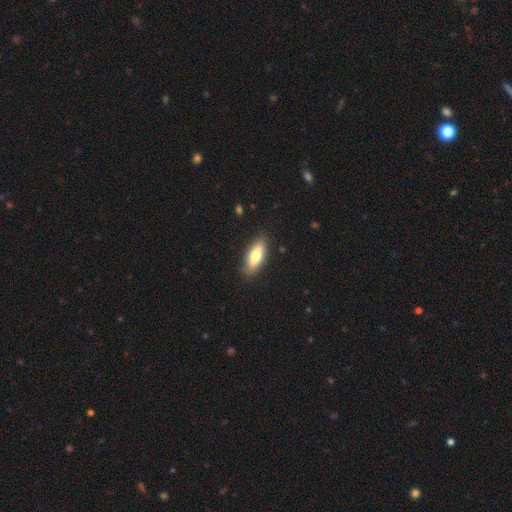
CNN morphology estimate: Q: Smooth or featured?
A: smooth (74%); runner-up: featured or disk (20%)
Q: How rounded?
A: in between (69%); runner-up: cigar-shaped (29%)
Q: Merging?
A: none (86%); runner-up: minor disturbance (10%)